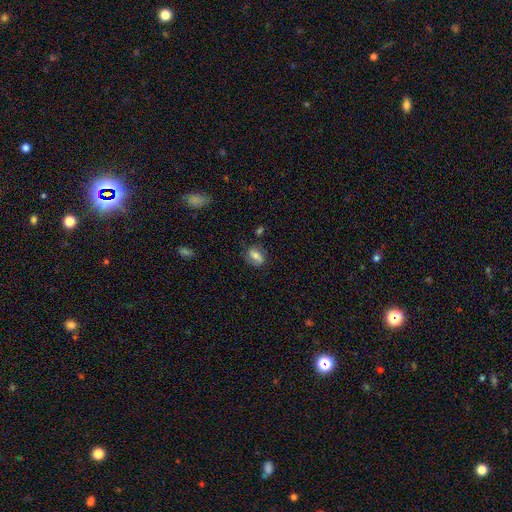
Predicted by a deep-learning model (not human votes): This is possibly a smooth galaxy (60%). How rounded: likely in between (74%). Merging: likely none (70%).